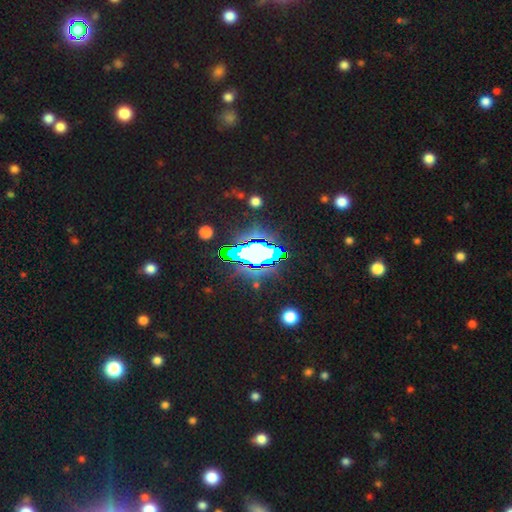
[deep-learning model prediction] Overall: star or artifact (61%; smooth 22%).